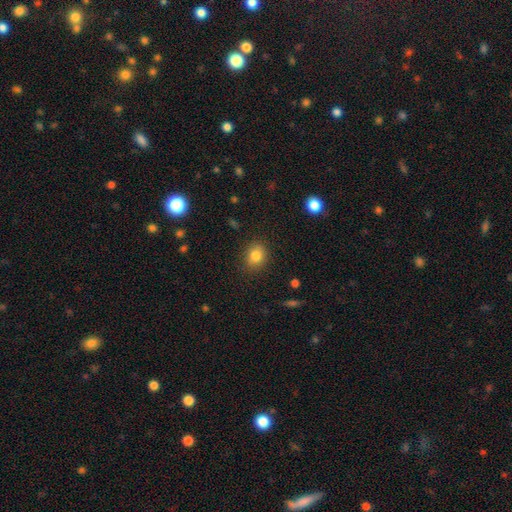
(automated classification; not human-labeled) Smooth or featured: smooth — 82% (star or artifact — 11%)
How rounded: round — 60% (in between — 39%)
Merging: none — 86% (minor disturbance — 10%)